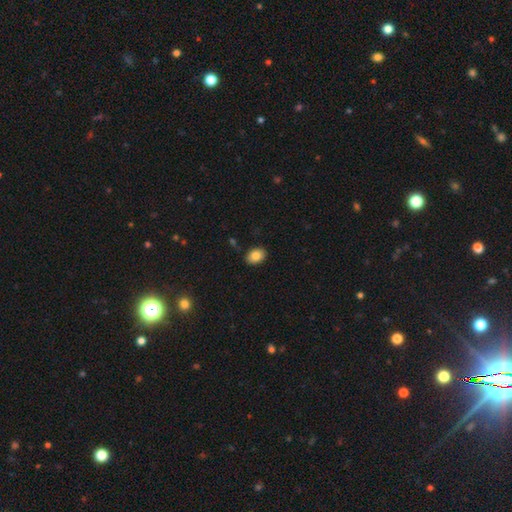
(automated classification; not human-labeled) Q: Smooth or featured?
A: smooth (84%); runner-up: star or artifact (8%)
Q: How rounded?
A: in between (81%); runner-up: round (18%)
Q: Merging?
A: none (87%); runner-up: minor disturbance (9%)